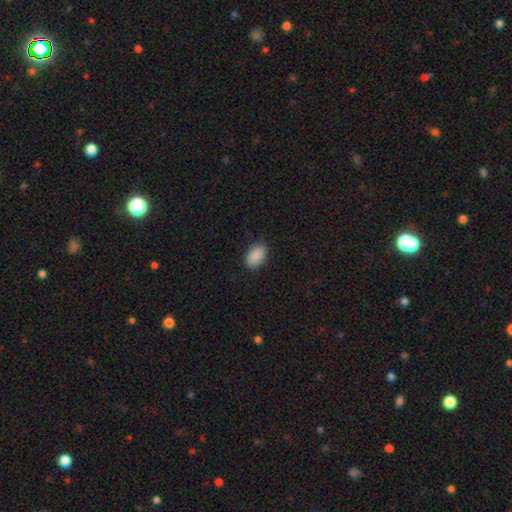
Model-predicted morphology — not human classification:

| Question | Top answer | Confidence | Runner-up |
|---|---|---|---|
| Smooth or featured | smooth | 90% | star or artifact (7%) |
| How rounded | in between | 90% | round (8%) |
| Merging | none | 86% | minor disturbance (11%) |